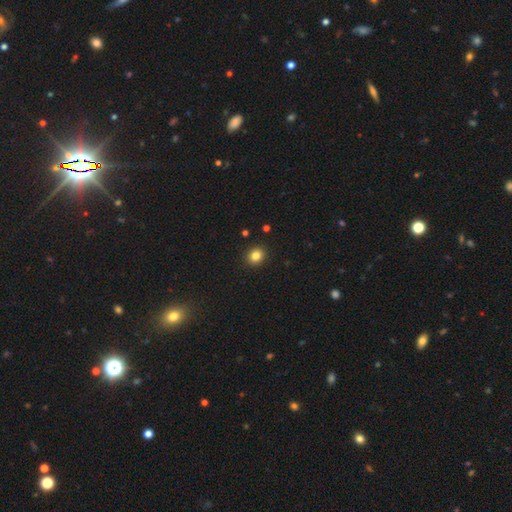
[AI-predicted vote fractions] smooth_or_featured: smooth (p=0.83) [alt: star or artifact p=0.12]
how_rounded: round (p=0.76) [alt: in between p=0.23]
merging: none (p=0.91) [alt: minor disturbance p=0.06]